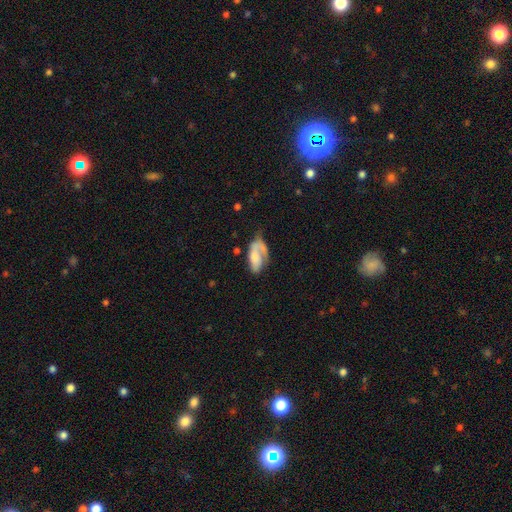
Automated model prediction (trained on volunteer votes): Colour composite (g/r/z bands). It shows a featured or disk galaxy (51%). Merging: none (36%).